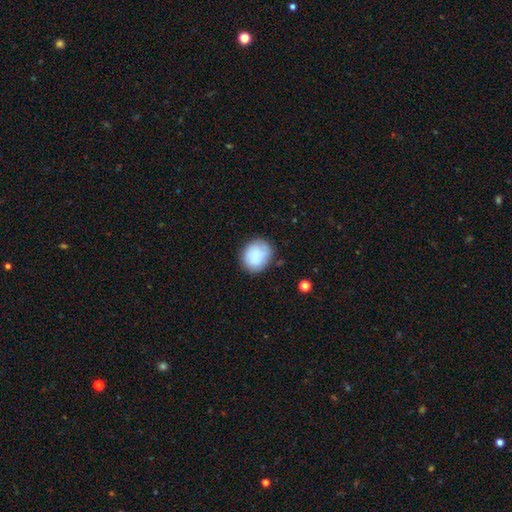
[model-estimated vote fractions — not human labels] This appears to be a smooth galaxy with no disk features (84%) that is round (68%). Merging: none (76%).